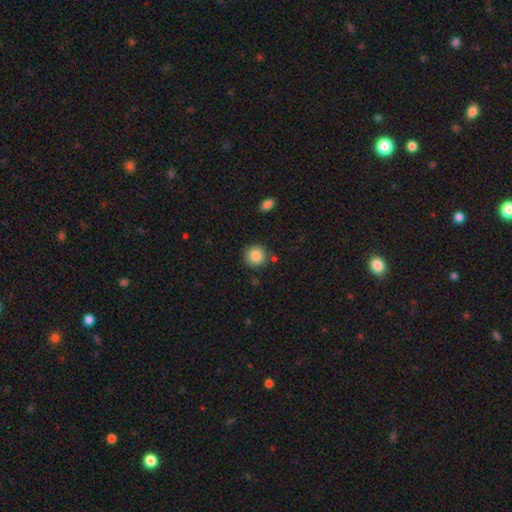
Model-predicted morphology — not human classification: Smooth or featured: smooth — 85% (star or artifact — 9%)
How rounded: round — 93% (in between — 6%)
Merging: none — 85% (minor disturbance — 9%)